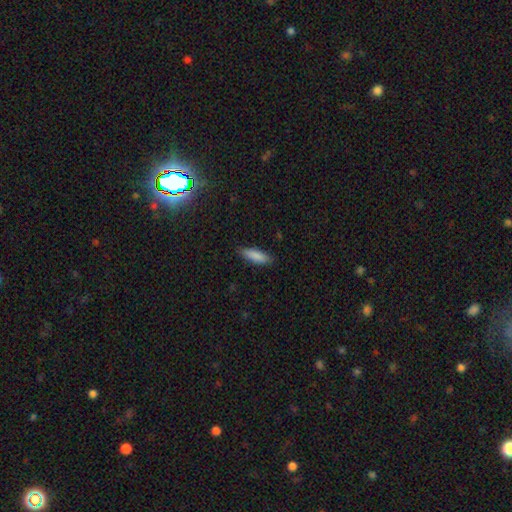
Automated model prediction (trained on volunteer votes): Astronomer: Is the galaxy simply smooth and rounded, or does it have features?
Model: smooth — 87%.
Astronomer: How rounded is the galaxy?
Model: in between — 51% (runner-up: cigar-shaped, 48%).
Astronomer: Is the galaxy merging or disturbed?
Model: none — 85%.